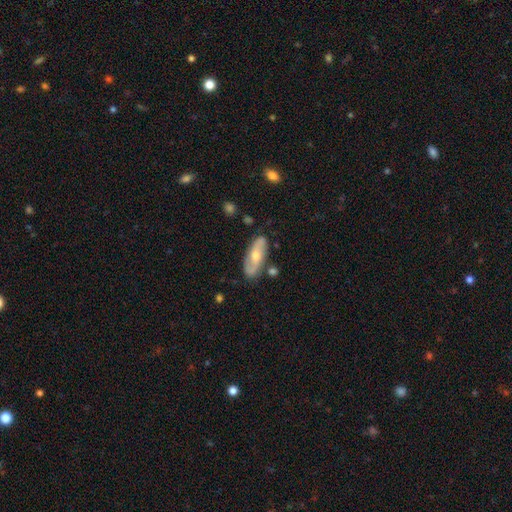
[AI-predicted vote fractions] Smooth or featured? featured or disk (64%)
Edge-on disk? no (85%)
Bar? no (58%)
Spiral arms? yes (83%)
Bulge size? moderate (63%)
Merging? none (80%)